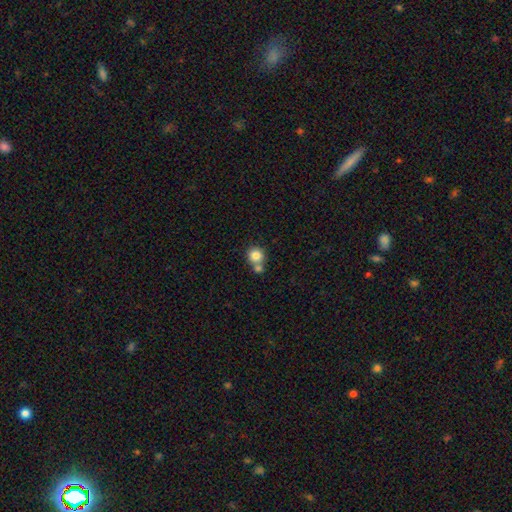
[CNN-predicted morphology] Smooth or featured? smooth (82%)
How rounded? round (89%)
Merging? none (49%)